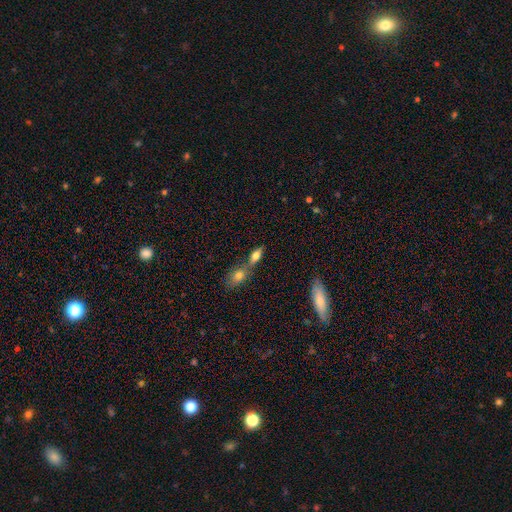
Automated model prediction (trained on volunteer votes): A smooth galaxy with no disk features (69%) that is in between round and cigar-shaped (72%).

Vote fractions:
- Smooth or featured? smooth: 69% / featured or disk: 21% / star or artifact: 10%
- How rounded? in between: 72% / cigar-shaped: 19% / round: 9%
- Merging? merger: 51% / none: 36% / minor disturbance: 9% / major disturbance: 4%